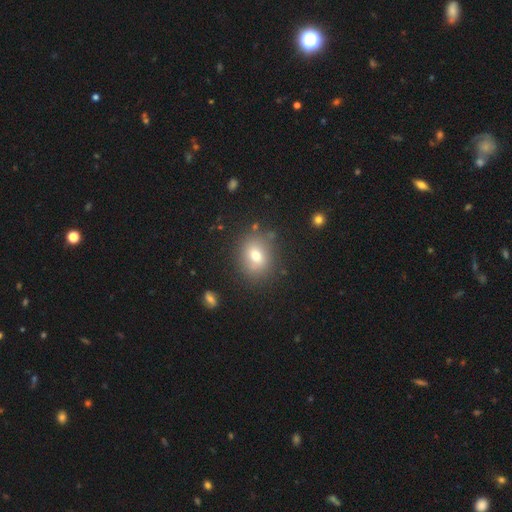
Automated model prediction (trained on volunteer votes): smooth_or_featured: smooth (p=0.73) [alt: featured or disk p=0.14]
how_rounded: round (p=0.55) [alt: in between p=0.44]
merging: none (p=0.81) [alt: minor disturbance p=0.12]